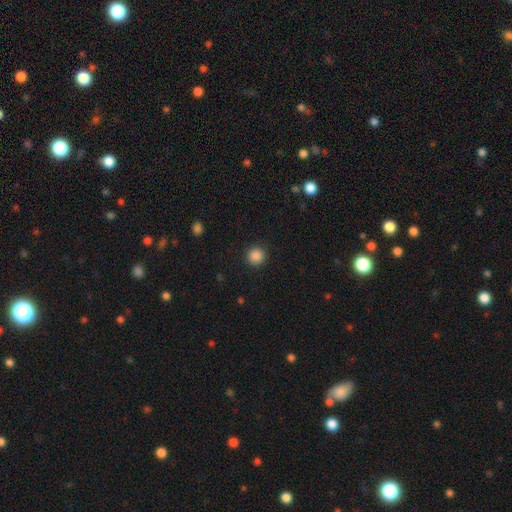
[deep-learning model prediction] The model was most divided on "smooth or featured": smooth: 87%, star or artifact: 10%, featured or disk: 3%. More confident: how rounded — round (94%); merging — none (91%).